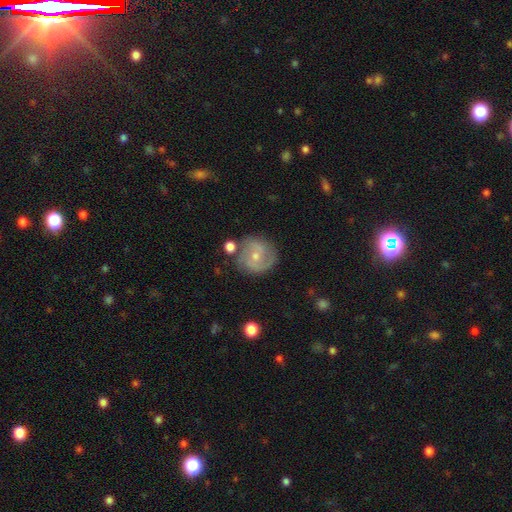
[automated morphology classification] A featured or disk galaxy (70%) with no bar (57%), 2 (57%) medium (44%) spiral arms (88%) and a small central bulge (53%).

Vote fractions:
- Smooth or featured? featured or disk: 70% / smooth: 23% / star or artifact: 7%
- Edge-on disk? no: 97% / yes: 3%
- Bar? no: 57% / weak: 36% / strong: 7%
- Spiral arms? yes: 88% / no: 12%
- Spiral winding? medium: 44% / tight: 40% / loose: 16%
- Spiral arm count? 2: 57% / can't tell: 18% / 3: 15% / 1: 4% / 4: 3% / more than 4: 3%
- Bulge size? small: 53% / moderate: 43% / none: 2% / large: 1% / dominant: 1%
- Merging? none: 71% / minor disturbance: 17% / merger: 7% / major disturbance: 6%